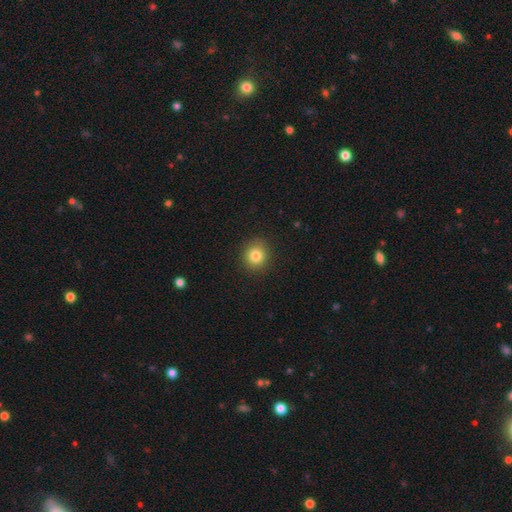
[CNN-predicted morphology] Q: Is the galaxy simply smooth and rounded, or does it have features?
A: smooth — 82%.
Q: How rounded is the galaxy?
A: round — 85%.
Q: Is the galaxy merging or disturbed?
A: none — 90%.